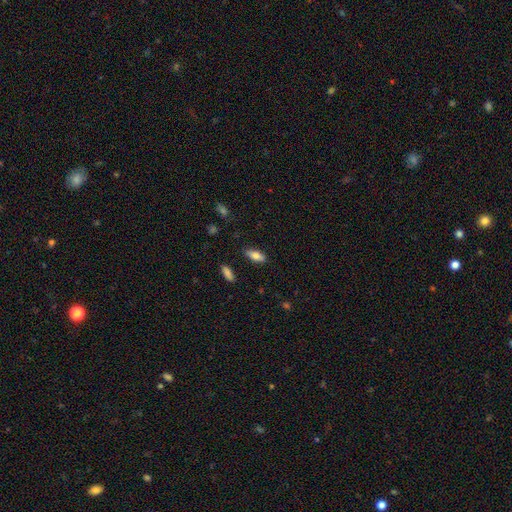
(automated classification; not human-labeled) A smooth galaxy with no disk features (75%) that is in between round and cigar-shaped (73%). Merging: none (85%).